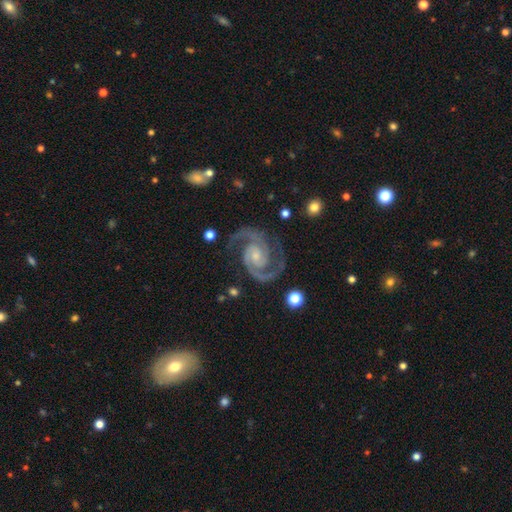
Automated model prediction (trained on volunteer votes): Smooth or featured?
  - featured or disk: 94% *
  - star or artifact: 4%
  - smooth: 2%
Edge-on disk?
  - no: 98% *
  - yes: 2%
Bar?
  - no: 60% *
  - weak: 30%
  - strong: 11%
Spiral arms?
  - yes: 99% *
  - no: 1%
Spiral winding?
  - medium: 53% *
  - tight: 41%
  - loose: 6%
Spiral arm count?
  - 2: 94% *
  - 3: 2%
  - can't tell: 1%
  - 1: 1%
  - 4: 1%
  - more than 4: 1%
Bulge size?
  - small: 60% *
  - moderate: 30%
  - none: 6%
  - large: 2%
  - dominant: 1%
Merging?
  - none: 82% *
  - minor disturbance: 12%
  - major disturbance: 4%
  - merger: 1%